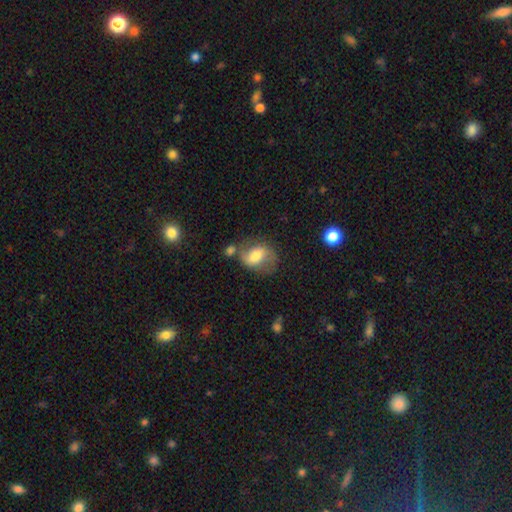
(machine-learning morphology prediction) Overall: smooth (51%; featured or disk 41%). How rounded: in between (65%; round 33%). Merging: none (49%; minor disturbance 23%).